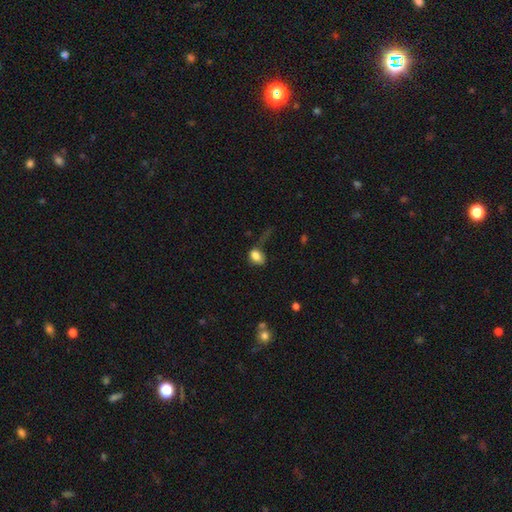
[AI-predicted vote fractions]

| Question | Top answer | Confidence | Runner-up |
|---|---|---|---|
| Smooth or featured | smooth | 81% | featured or disk (10%) |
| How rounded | in between | 78% | round (20%) |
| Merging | major disturbance | 37% | none (31%) |